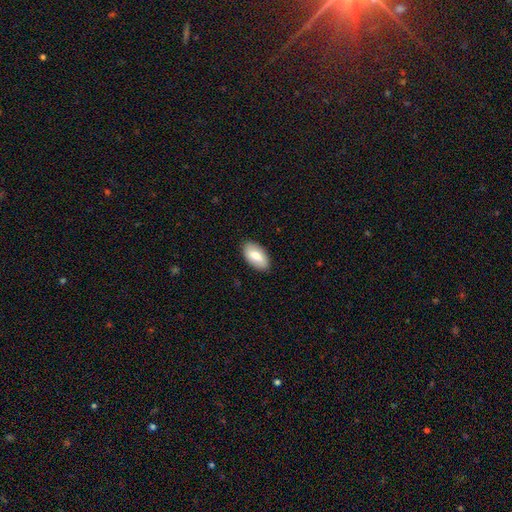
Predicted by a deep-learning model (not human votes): Smooth or featured: smooth — 77% (featured or disk — 18%)
How rounded: in between — 95% (cigar-shaped — 3%)
Merging: none — 87% (minor disturbance — 10%)